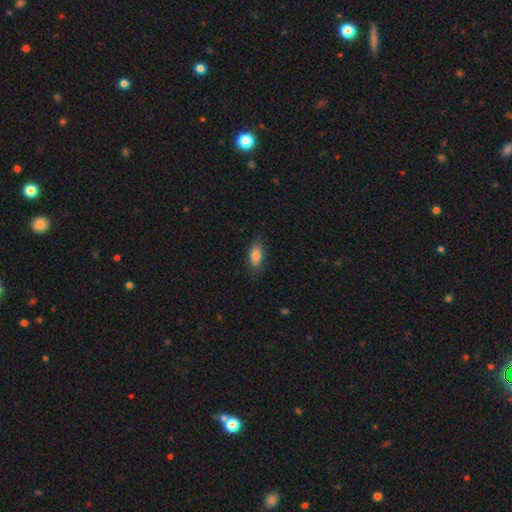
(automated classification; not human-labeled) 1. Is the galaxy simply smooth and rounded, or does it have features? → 83% smooth, 10% featured or disk, 7% star or artifact.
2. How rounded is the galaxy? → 86% in between, 11% cigar-shaped, 3% round.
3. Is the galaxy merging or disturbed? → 78% none, 17% minor disturbance, 4% major disturbance, 1% merger.